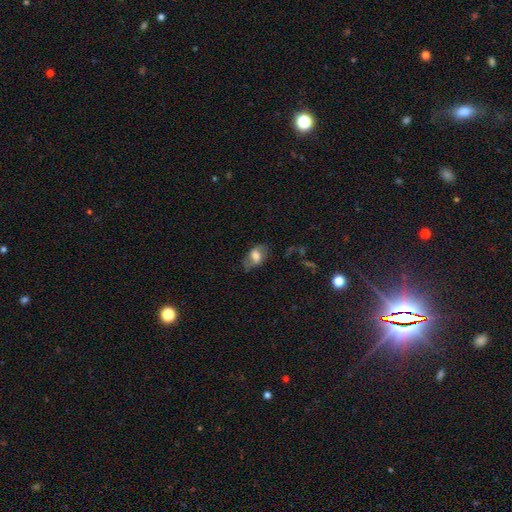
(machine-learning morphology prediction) Smooth or featured? Predicted: smooth (p=0.58). How rounded? Predicted: in between (p=0.88). Merging? Predicted: none (p=0.73).